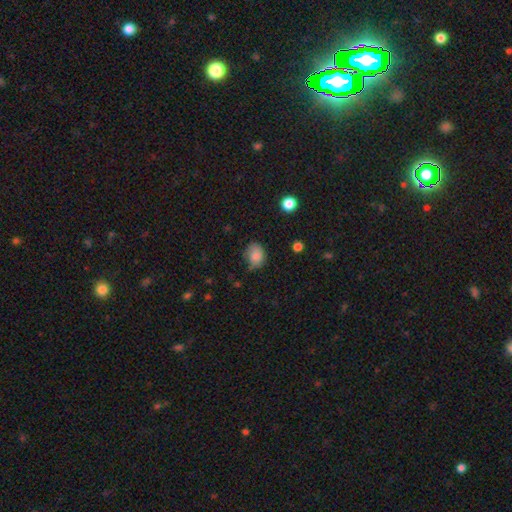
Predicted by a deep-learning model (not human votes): The model was most divided on "how rounded": in between: 53%, round: 46%, cigar-shaped: 1%. More confident: smooth or featured — smooth (81%); merging — none (51%).